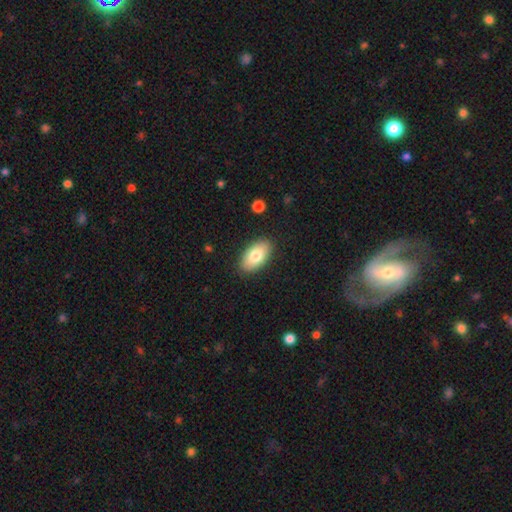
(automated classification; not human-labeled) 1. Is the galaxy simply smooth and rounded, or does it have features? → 78% smooth, 15% featured or disk, 7% star or artifact.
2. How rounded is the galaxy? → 94% in between, 3% round, 2% cigar-shaped.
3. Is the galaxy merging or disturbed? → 87% none, 9% minor disturbance, 2% major disturbance, 1% merger.